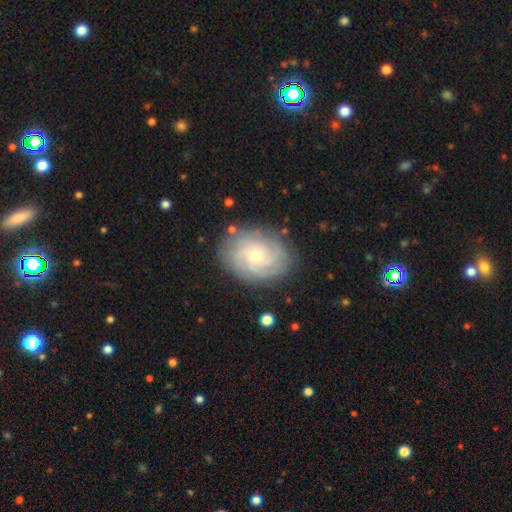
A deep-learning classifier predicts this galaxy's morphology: This appears to be a featured or disk galaxy (76%) with no bar (72%), tight (72%) spiral arms (95%) and a small central bulge (53%). Merging: none (82%).